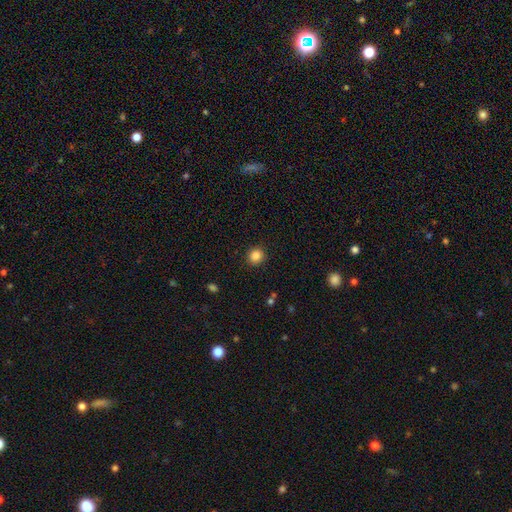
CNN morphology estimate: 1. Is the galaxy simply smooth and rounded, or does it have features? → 85% smooth, 11% star or artifact, 4% featured or disk.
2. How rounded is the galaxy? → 85% round, 14% in between, 1% cigar-shaped.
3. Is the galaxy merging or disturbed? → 91% none, 6% minor disturbance, 2% major disturbance, 1% merger.